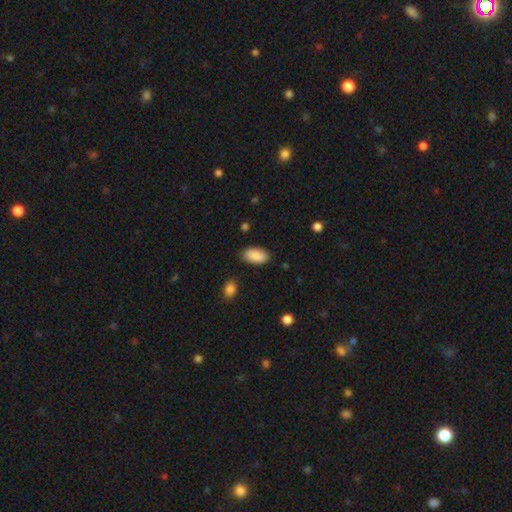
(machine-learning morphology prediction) Q: Smooth or featured?
A: smooth (88%); runner-up: star or artifact (6%)
Q: How rounded?
A: in between (94%); runner-up: cigar-shaped (3%)
Q: Merging?
A: none (84%); runner-up: minor disturbance (11%)